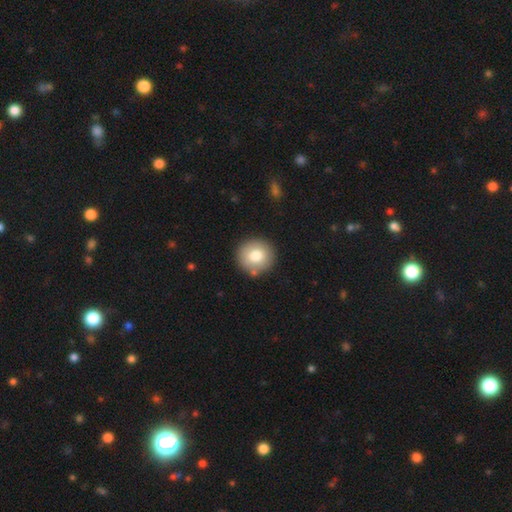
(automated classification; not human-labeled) A smooth galaxy with no disk features (78%) that is round (93%).

Vote fractions:
- Smooth or featured? smooth: 78% / featured or disk: 13% / star or artifact: 9%
- How rounded? round: 93% / in between: 6% / cigar-shaped: 1%
- Merging? none: 86% / minor disturbance: 8% / merger: 4% / major disturbance: 2%